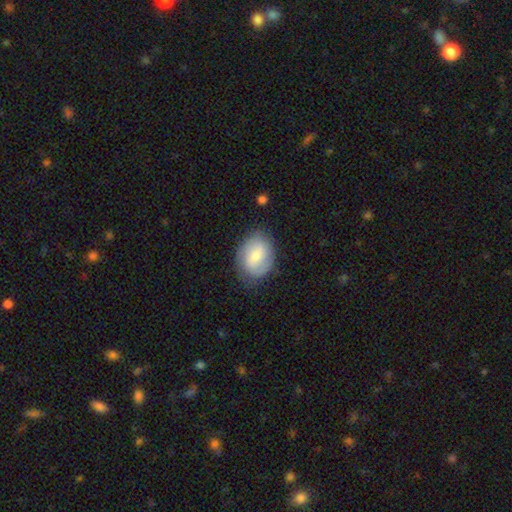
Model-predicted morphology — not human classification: This appears to be a smooth galaxy with no disk features (54%) that is in between round and cigar-shaped (61%). Merging: none (74%).